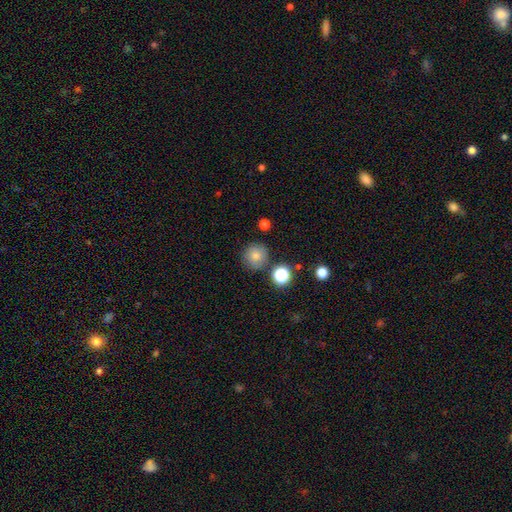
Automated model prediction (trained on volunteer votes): Overall: smooth (79%). How rounded: round (93%). Merging: none (81%).